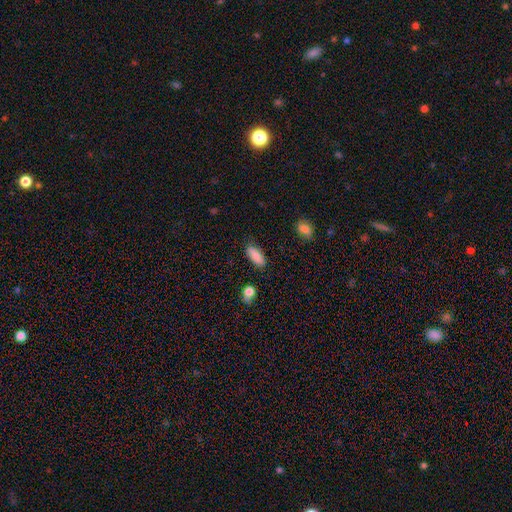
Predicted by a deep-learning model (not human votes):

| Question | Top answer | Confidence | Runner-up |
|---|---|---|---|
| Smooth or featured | smooth | 87% | star or artifact (7%) |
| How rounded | in between | 78% | cigar-shaped (20%) |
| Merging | none | 84% | minor disturbance (11%) |